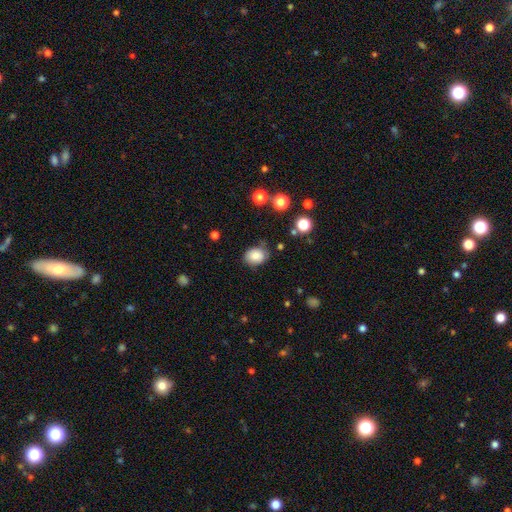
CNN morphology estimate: A smooth galaxy with no disk features (85%) that is in between round and cigar-shaped (59%).

Vote fractions:
- Smooth or featured? smooth: 85% / star or artifact: 9% / featured or disk: 6%
- How rounded? in between: 59% / round: 40% / cigar-shaped: 1%
- Merging? none: 79% / minor disturbance: 15% / major disturbance: 4% / merger: 2%